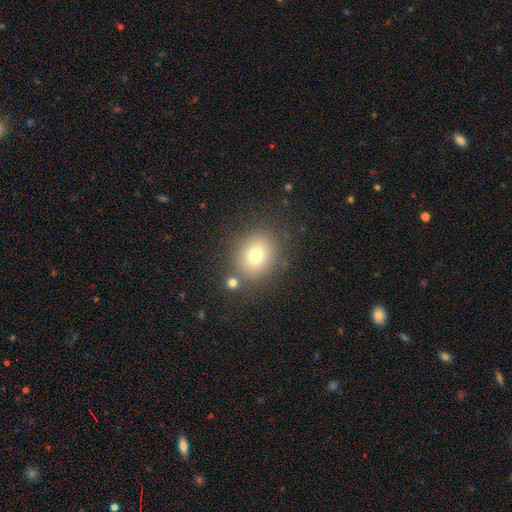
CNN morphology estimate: Smooth or featured? Predicted: smooth (p=0.75). How rounded? Predicted: round (p=0.64). Merging? Predicted: none (p=0.78).